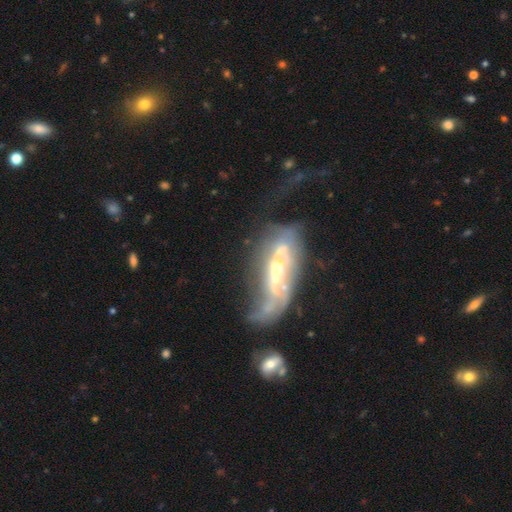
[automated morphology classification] featured or disk 72%, smooth 19%, star or artifact 9%. Down the decision tree: edge-on disk — no (79%); bar — no (34%); spiral arms — yes (66%); bulge size — moderate (50%); merging — major disturbance (40%).